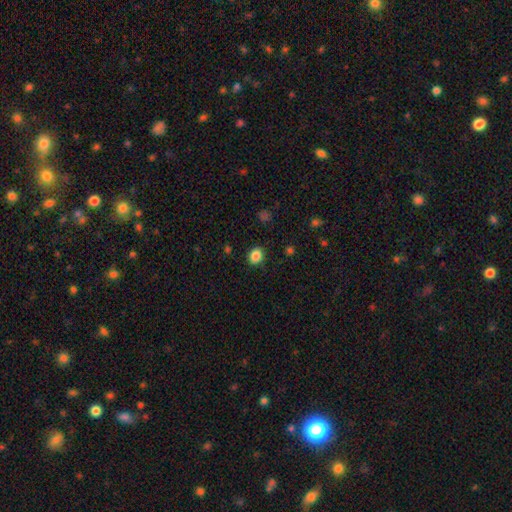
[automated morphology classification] A smooth galaxy with no disk features (86%) that is round (55%).

Vote fractions:
- Smooth or featured? smooth: 86% / star or artifact: 10% / featured or disk: 4%
- How rounded? round: 55% / in between: 45% / cigar-shaped: 1%
- Merging? none: 88% / minor disturbance: 8% / major disturbance: 2% / merger: 1%